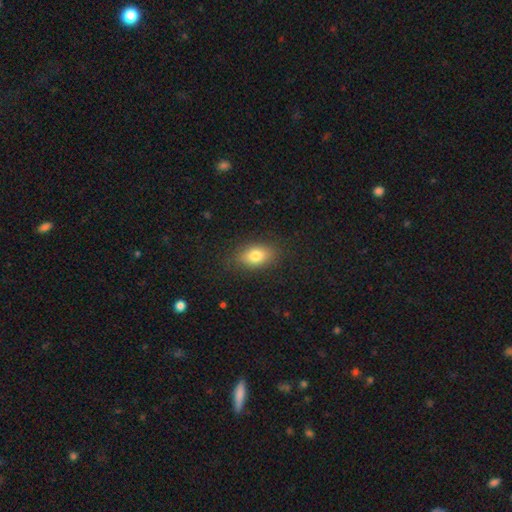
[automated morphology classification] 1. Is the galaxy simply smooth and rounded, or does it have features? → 80% smooth, 11% featured or disk, 9% star or artifact.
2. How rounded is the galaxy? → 85% in between, 13% round, 3% cigar-shaped.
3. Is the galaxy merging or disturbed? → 84% none, 11% minor disturbance, 4% major disturbance, 1% merger.